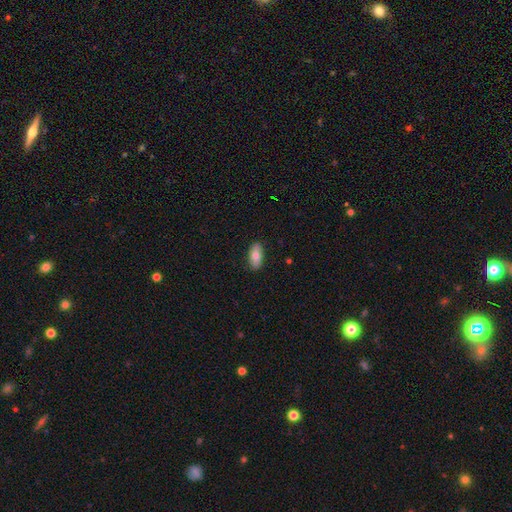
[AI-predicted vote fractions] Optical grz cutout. It shows a smooth galaxy with no disk features (72%) that is in between round and cigar-shaped (86%). Merging: none (87%).